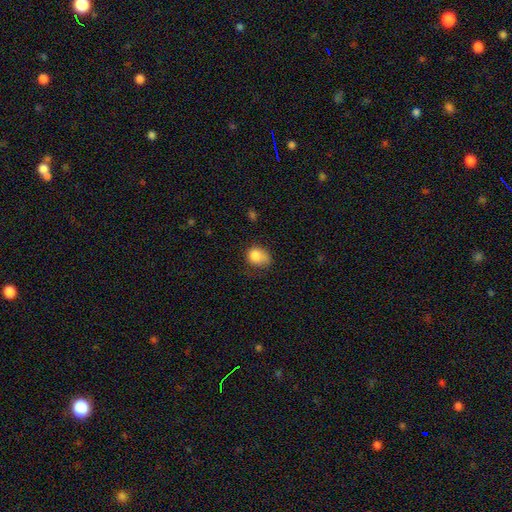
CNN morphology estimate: smooth-or-featured: smooth: 83% | star or artifact: 9% | featured or disk: 9%
  how-rounded: round: 53% | in between: 46% | cigar-shaped: 1%
  merging: none: 43% | minor disturbance: 36% | major disturbance: 19% | merger: 3%